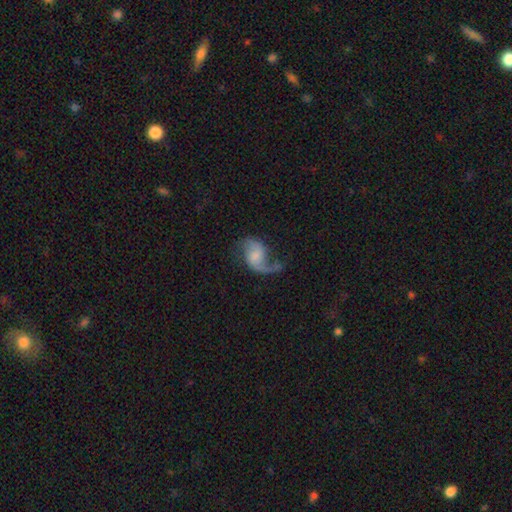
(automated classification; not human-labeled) smooth-or-featured: featured or disk: 79% | smooth: 15% | star or artifact: 6%
  disk-edge-on: no: 98% | yes: 2%
    bar: no: 45% | weak: 44% | strong: 11%
    has-spiral-arms: yes: 94% | no: 6%
      spiral-winding: loose: 72% | medium: 23% | tight: 5%
      spiral-arm-count: 2: 67% | 1: 28% | can't tell: 2% | 3: 1% | 4: 1% | more than 4: 1%
    bulge-size: small: 31% | none: 29% | moderate: 27% | large: 10% | dominant: 2%
  merging: none: 47% | major disturbance: 27% | minor disturbance: 21% | merger: 4%